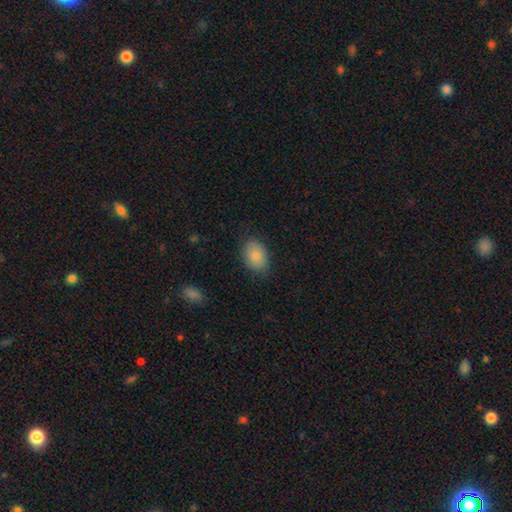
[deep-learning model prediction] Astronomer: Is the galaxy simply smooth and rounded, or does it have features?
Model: smooth — 83%.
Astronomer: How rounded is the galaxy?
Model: in between — 74%.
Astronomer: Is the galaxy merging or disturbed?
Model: none — 80%.